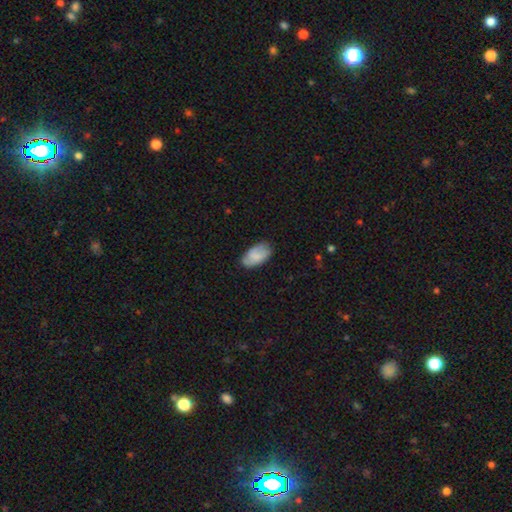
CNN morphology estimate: Overall: smooth (69%). How rounded: in between (94%). Merging: none (74%).